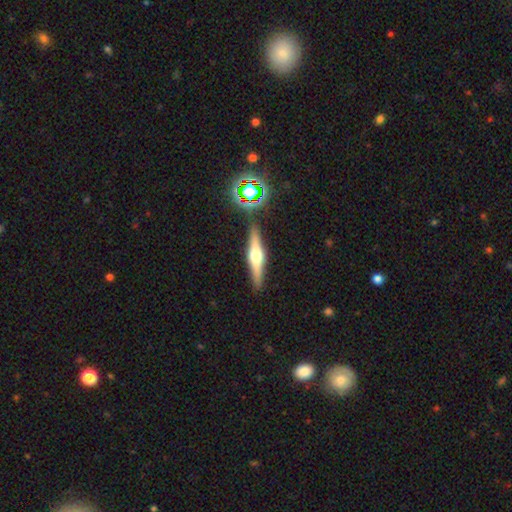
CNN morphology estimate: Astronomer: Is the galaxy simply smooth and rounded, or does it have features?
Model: featured or disk — 65%.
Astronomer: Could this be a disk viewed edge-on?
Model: yes — 96%.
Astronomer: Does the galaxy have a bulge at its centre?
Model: rounded — 91%.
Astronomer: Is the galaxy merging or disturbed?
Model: none — 86%.